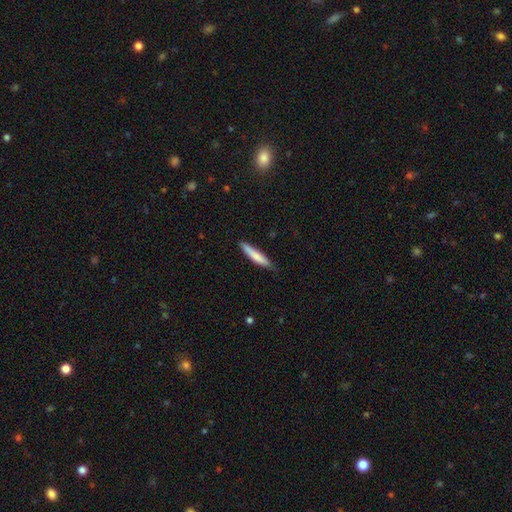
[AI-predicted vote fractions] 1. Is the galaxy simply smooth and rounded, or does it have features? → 79% smooth, 16% featured or disk, 5% star or artifact.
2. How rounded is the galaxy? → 89% cigar-shaped, 10% in between, 1% round.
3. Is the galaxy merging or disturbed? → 80% none, 17% minor disturbance, 2% major disturbance, 1% merger.